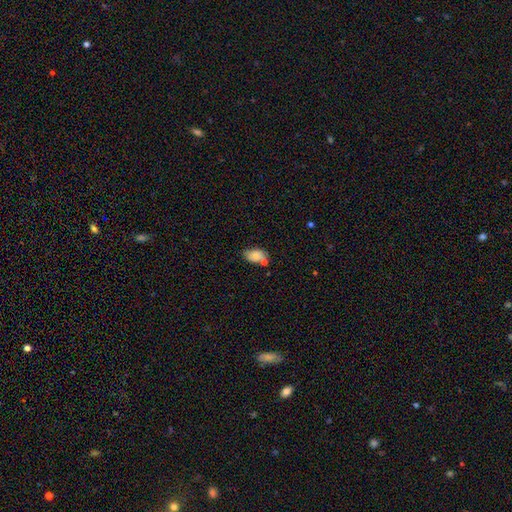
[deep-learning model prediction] This is likely a smooth galaxy (76%). How rounded: clearly in between (88%). Merging: possibly none (48%).